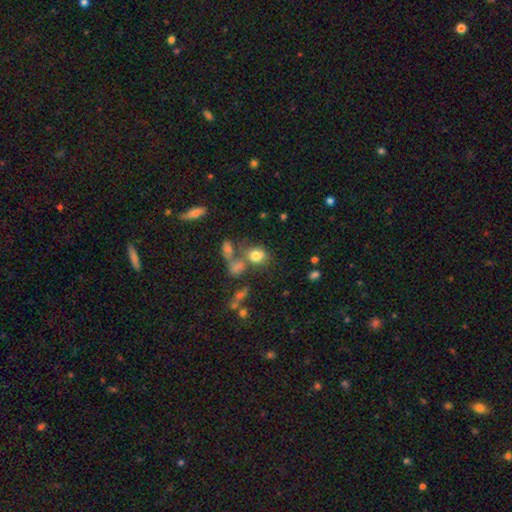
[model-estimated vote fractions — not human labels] Smooth or featured: smooth — 74% (star or artifact — 13%)
How rounded: in between — 53% (round — 46%)
Merging: none — 48% (merger — 27%)